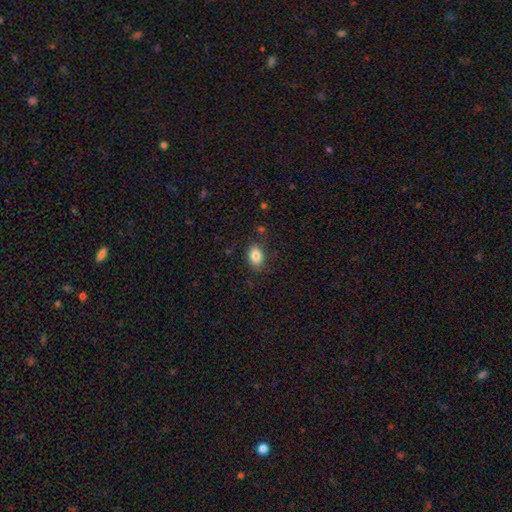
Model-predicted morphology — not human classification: Smooth or featured: smooth — 85% (star or artifact — 9%)
How rounded: in between — 80% (round — 18%)
Merging: none — 79% (minor disturbance — 15%)